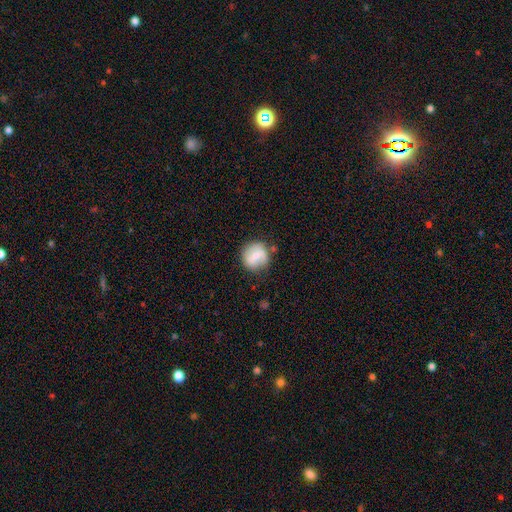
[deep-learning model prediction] A smooth galaxy with no disk features (55%) that is round (89%).

Vote fractions:
- Smooth or featured? smooth: 55% / featured or disk: 38% / star or artifact: 7%
- How rounded? round: 89% / in between: 10% / cigar-shaped: 1%
- Merging? none: 71% / minor disturbance: 20% / major disturbance: 6% / merger: 4%